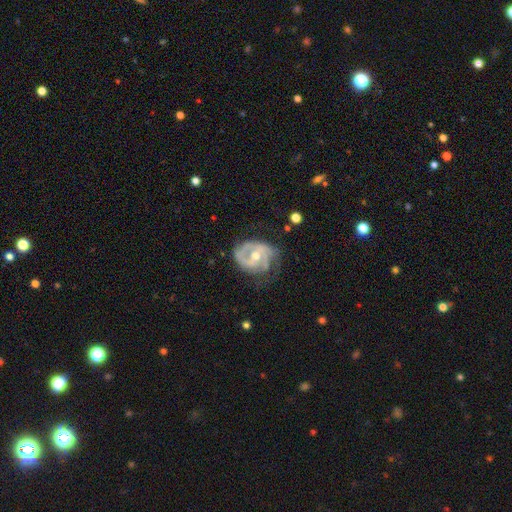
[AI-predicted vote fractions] This is clearly a featured or disk galaxy (86%). It is clearly not viewed edge-on (98%). Bar: marginally no (42%, tied with weak). Spiral arm pattern: clearly yes (93%). Spiral arm count: possibly 2 (59%). Spiral winding: marginally medium (42%). Central bulge: likely moderate (64%). Merging: possibly none (57%).